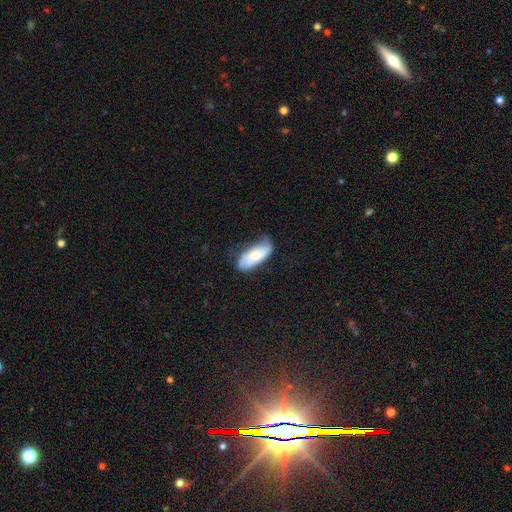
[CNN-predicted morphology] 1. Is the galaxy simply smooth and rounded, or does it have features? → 66% smooth, 28% featured or disk, 6% star or artifact.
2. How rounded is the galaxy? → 84% in between, 14% cigar-shaped, 2% round.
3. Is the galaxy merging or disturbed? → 57% none, 33% minor disturbance, 8% major disturbance, 2% merger.